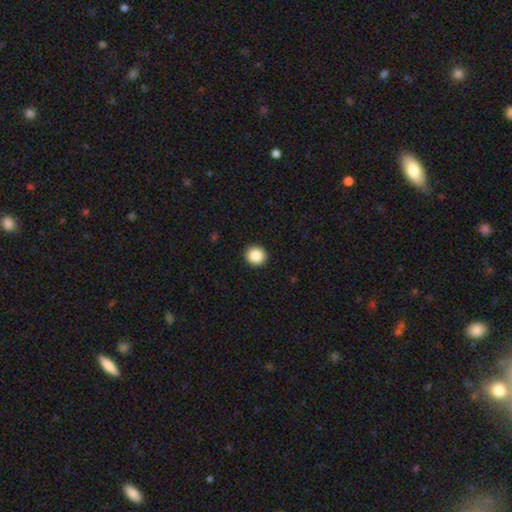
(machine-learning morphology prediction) smooth 86%, star or artifact 9%, featured or disk 4%. Down the decision tree: how rounded — round (93%); merging — none (93%).